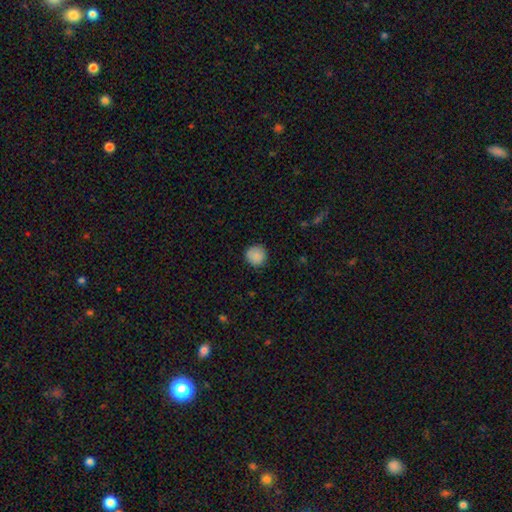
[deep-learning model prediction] Smooth or featured?
  - smooth: 87% *
  - star or artifact: 8%
  - featured or disk: 4%
How rounded?
  - round: 93% *
  - in between: 6%
  - cigar-shaped: 1%
Merging?
  - none: 86% *
  - minor disturbance: 11%
  - major disturbance: 2%
  - merger: 1%